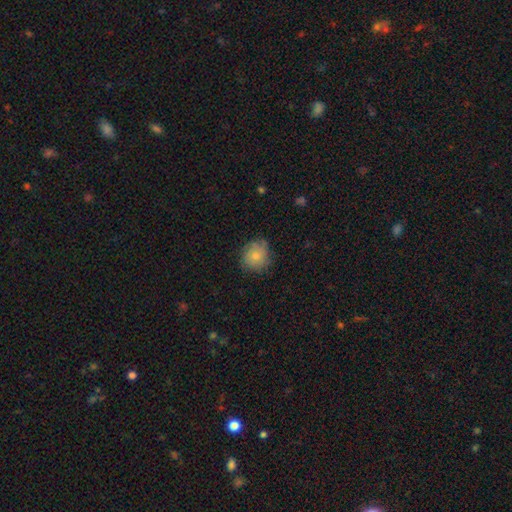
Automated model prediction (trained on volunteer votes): This appears to be a smooth galaxy with no disk features (74%) that is round (83%). Merging: none (73%).